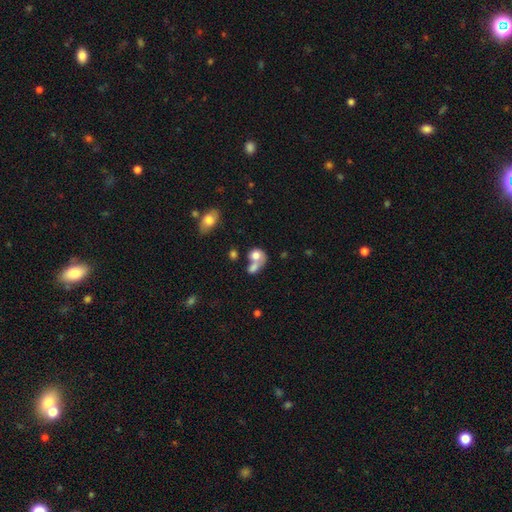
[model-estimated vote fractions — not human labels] A smooth galaxy with no disk features (73%) that is round (52%).

Vote fractions:
- Smooth or featured? smooth: 73% / featured or disk: 18% / star or artifact: 9%
- How rounded? round: 52% / in between: 46% / cigar-shaped: 1%
- Merging? merger: 63% / none: 21% / minor disturbance: 8% / major disturbance: 7%